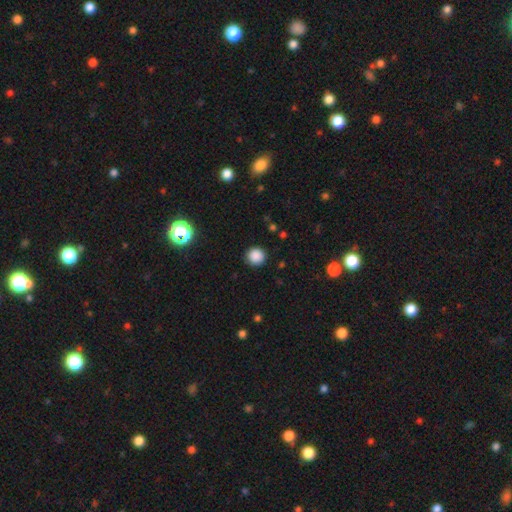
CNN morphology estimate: This appears to be a smooth galaxy with no disk features (85%) that is round (94%). Merging: none (91%).